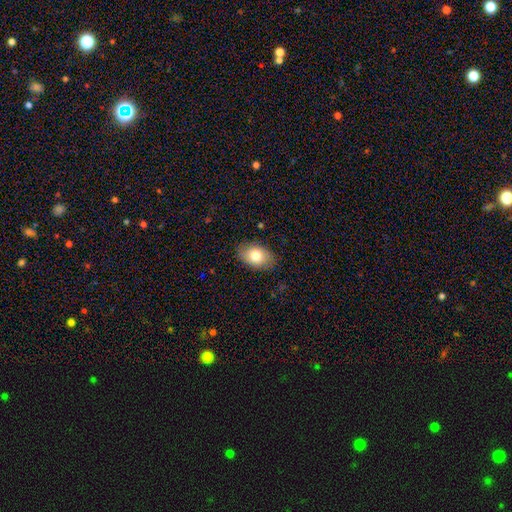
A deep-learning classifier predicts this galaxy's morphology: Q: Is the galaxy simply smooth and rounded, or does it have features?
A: smooth — 80%.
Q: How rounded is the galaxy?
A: in between — 86%.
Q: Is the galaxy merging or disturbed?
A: none — 83%.